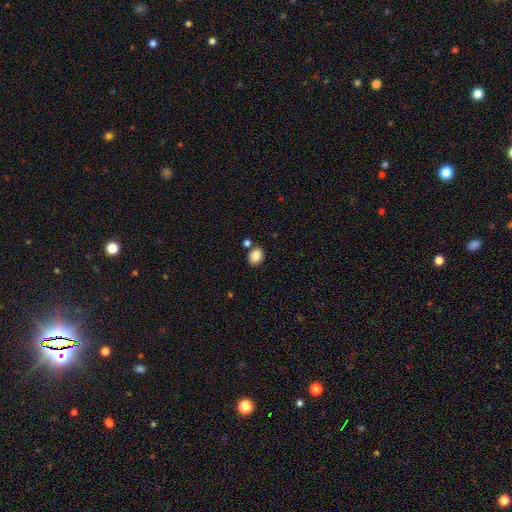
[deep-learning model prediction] The model was most divided on "how rounded": in between: 56%, round: 43%, cigar-shaped: 1%. More confident: smooth or featured — smooth (88%); merging — none (74%).